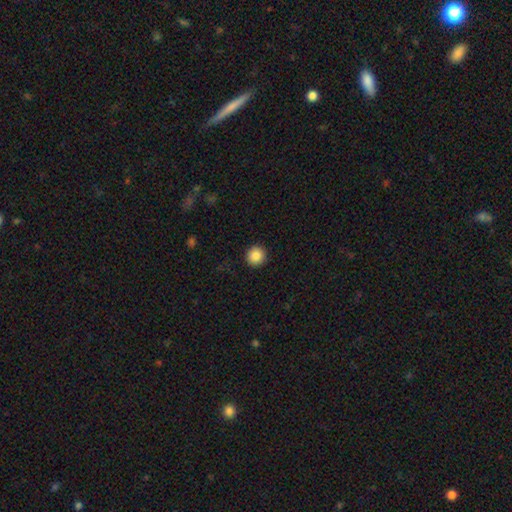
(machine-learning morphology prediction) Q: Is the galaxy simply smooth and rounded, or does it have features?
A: smooth — 87%.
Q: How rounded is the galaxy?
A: round — 94%.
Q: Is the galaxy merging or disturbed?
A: none — 92%.